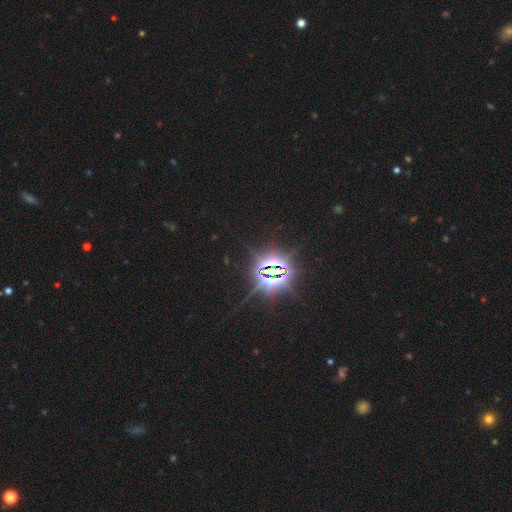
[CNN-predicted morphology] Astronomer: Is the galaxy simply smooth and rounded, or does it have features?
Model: star or artifact — 86%.